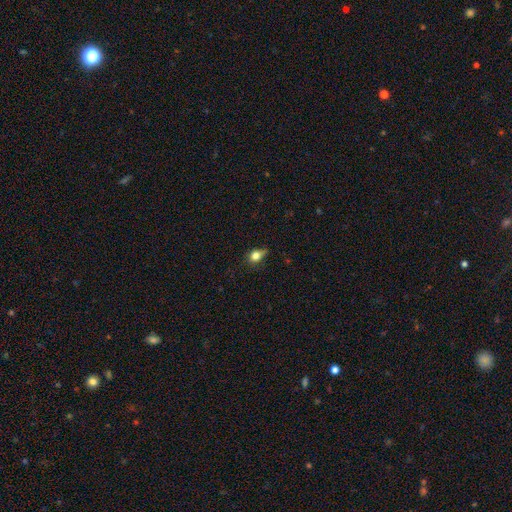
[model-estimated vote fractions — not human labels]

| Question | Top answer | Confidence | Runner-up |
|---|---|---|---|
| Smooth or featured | smooth | 78% | star or artifact (12%) |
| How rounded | round | 54% | in between (43%) |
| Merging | none | 47% | minor disturbance (36%) |